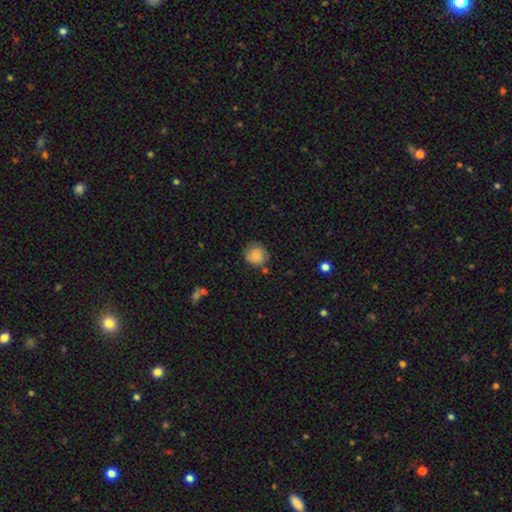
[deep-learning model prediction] smooth 83%, featured or disk 9%, star or artifact 8%. Down the decision tree: how rounded — round (89%); merging — none (75%).